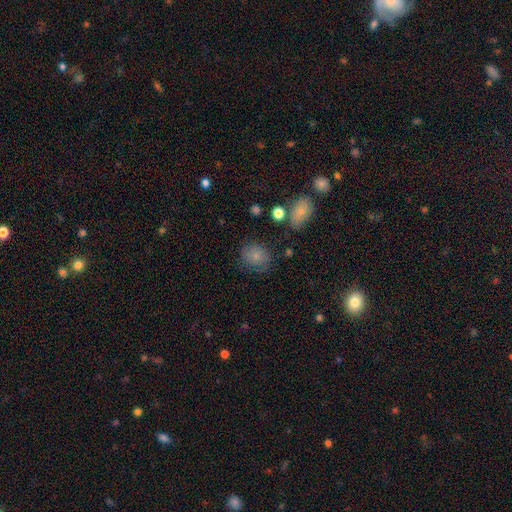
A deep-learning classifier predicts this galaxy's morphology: Smooth or featured? Predicted: smooth (p=0.75). How rounded? Predicted: round (p=0.72). Merging? Predicted: none (p=0.70).